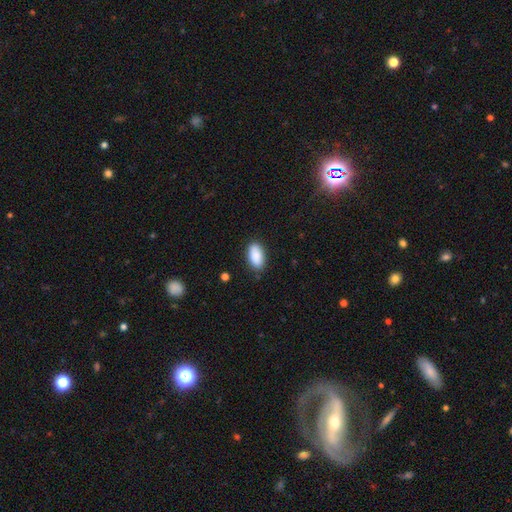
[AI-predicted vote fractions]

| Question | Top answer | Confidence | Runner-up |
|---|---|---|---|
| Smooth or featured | smooth | 90% | star or artifact (6%) |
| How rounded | in between | 94% | round (3%) |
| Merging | none | 85% | minor disturbance (12%) |